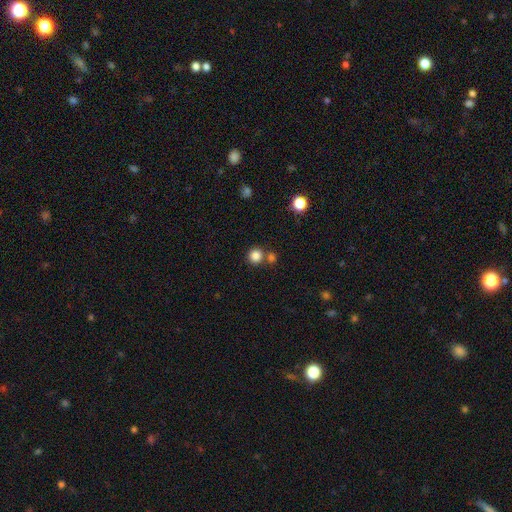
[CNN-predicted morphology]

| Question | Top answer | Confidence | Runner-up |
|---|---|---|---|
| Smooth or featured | smooth | 83% | star or artifact (12%) |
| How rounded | round | 93% | in between (6%) |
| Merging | none | 70% | merger (20%) |